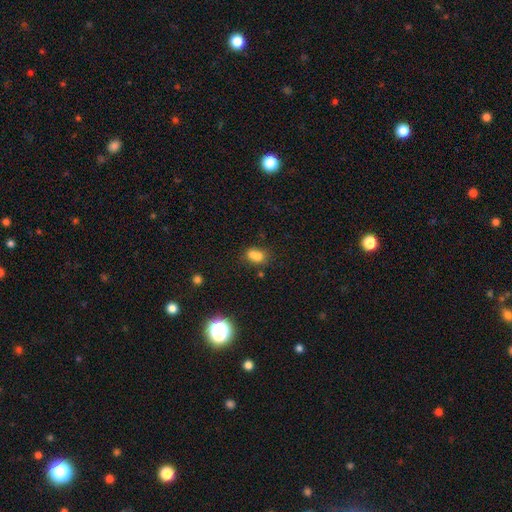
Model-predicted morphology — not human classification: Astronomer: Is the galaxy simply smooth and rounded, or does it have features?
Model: smooth — 70%.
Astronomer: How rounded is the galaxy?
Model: round — 51% (runner-up: in between, 48%).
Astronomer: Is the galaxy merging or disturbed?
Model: merger — 55% (runner-up: none, 31%).